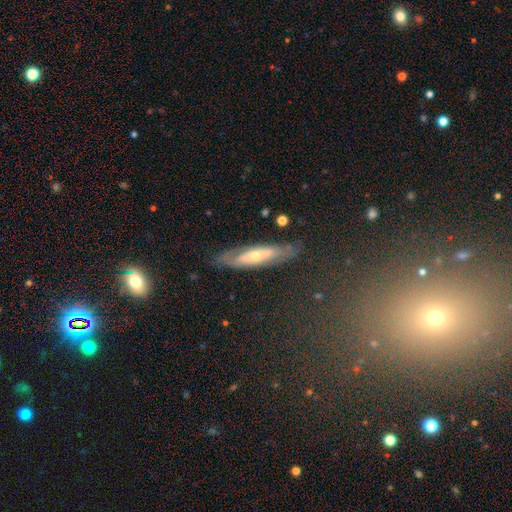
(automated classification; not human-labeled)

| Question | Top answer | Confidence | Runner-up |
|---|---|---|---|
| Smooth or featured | featured or disk | 63% | smooth (30%) |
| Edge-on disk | no | 57% | yes (43%) |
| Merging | none | 76% | minor disturbance (16%) |